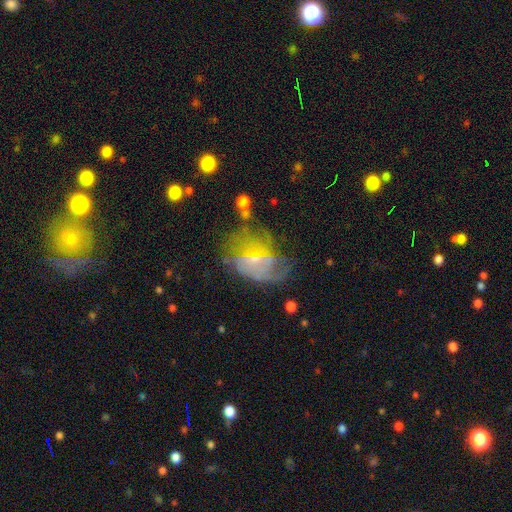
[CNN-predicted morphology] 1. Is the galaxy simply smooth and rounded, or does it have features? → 66% featured or disk, 20% smooth, 14% star or artifact.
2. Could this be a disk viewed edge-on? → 95% no, 5% yes.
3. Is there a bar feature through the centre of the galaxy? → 46% weak, 38% no, 16% strong.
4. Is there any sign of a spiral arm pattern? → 70% yes, 30% no.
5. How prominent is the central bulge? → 67% small, 24% moderate, 6% none, 2% large, 1% dominant.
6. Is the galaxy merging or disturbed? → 43% none, 27% major disturbance, 23% minor disturbance, 6% merger.